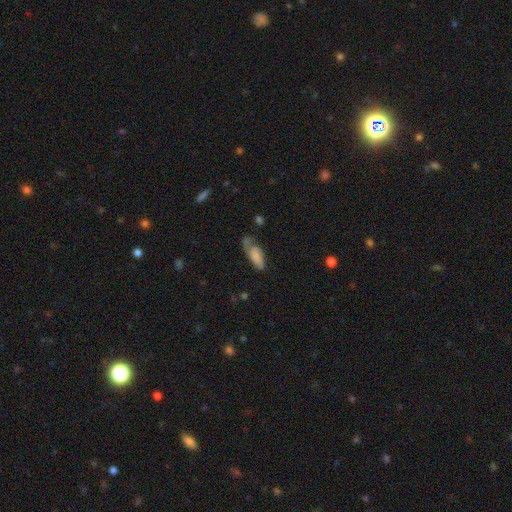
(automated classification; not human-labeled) smooth_or_featured: smooth (p=0.68) [alt: featured or disk p=0.24]
how_rounded: in between (p=0.79) [alt: cigar-shaped p=0.18]
merging: none (p=0.34) [alt: major disturbance p=0.30]